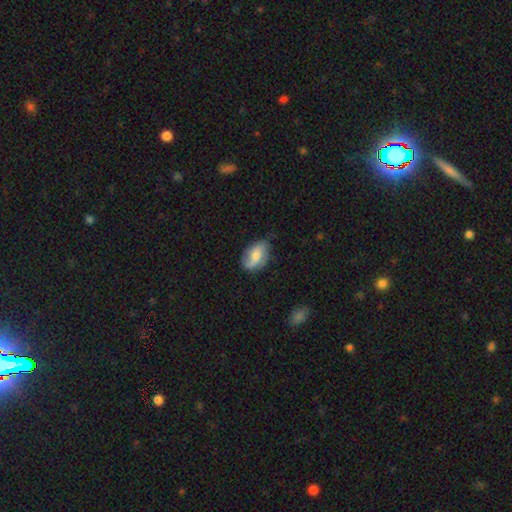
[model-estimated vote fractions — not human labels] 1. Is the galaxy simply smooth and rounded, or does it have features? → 48% smooth, 45% featured or disk, 7% star or artifact.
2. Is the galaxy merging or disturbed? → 62% none, 28% minor disturbance, 8% major disturbance, 2% merger.